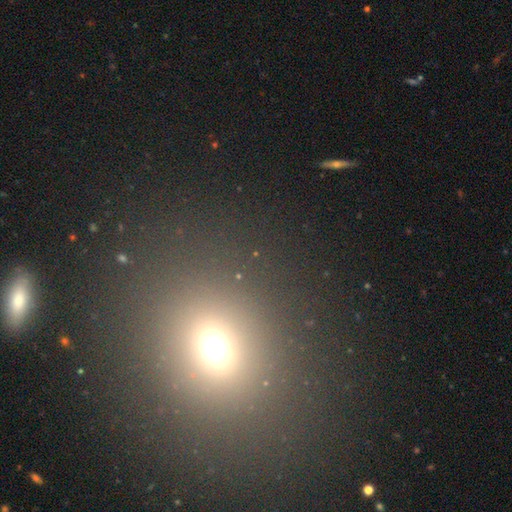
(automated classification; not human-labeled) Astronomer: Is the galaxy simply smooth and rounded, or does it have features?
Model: smooth — 60%.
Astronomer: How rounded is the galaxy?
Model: round — 66%.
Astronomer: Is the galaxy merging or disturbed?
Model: none — 85%.